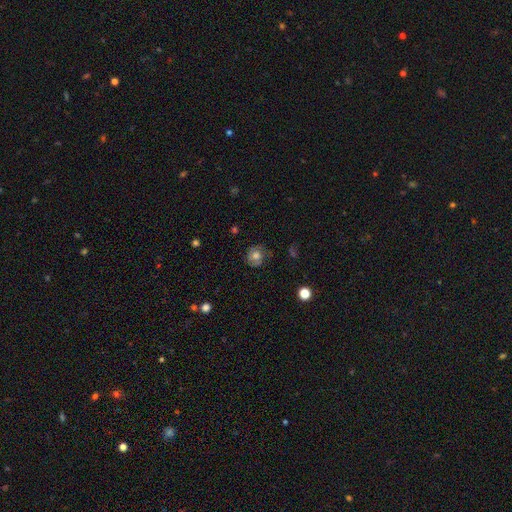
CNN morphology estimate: Smooth or featured?
  - featured or disk: 50% *
  - smooth: 39%
  - star or artifact: 11%
Edge-on disk?
  - no: 97% *
  - yes: 3%
Merging?
  - none: 74% *
  - minor disturbance: 17%
  - major disturbance: 7%
  - merger: 2%